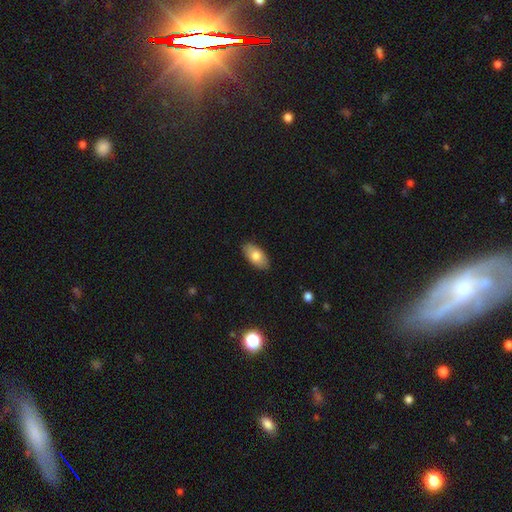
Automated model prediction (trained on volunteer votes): Smooth or featured: smooth — 79% (featured or disk — 14%)
How rounded: in between — 93% (cigar-shaped — 4%)
Merging: none — 88% (minor disturbance — 9%)